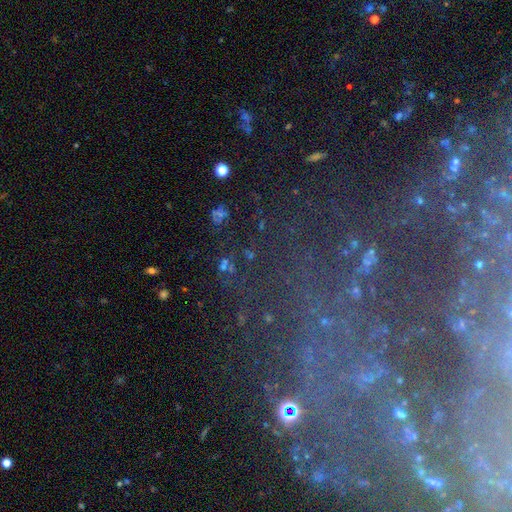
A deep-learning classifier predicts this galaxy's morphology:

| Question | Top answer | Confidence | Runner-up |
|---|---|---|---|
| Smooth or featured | featured or disk | 54% | star or artifact (32%) |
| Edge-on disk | no | 90% | yes (10%) |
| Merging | none | 66% | minor disturbance (15%) |